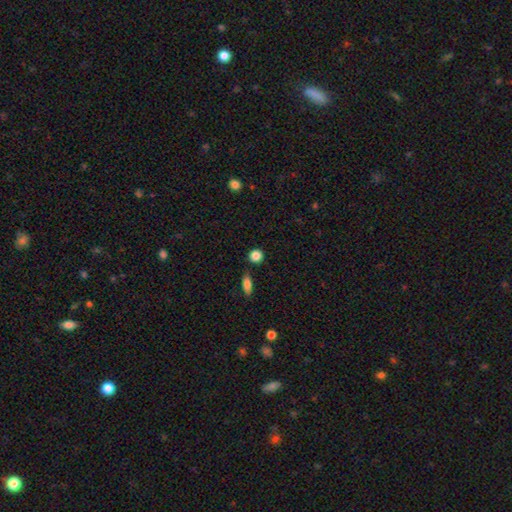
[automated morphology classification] type=smooth (86%); roundness=round (87%); merging=none (82%).